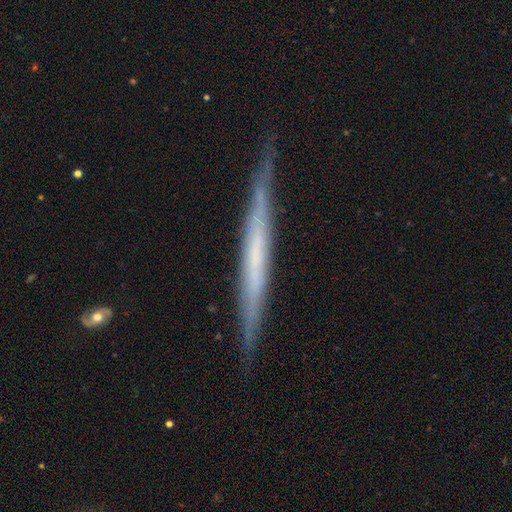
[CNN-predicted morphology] smooth-or-featured: featured or disk: 66% | smooth: 28% | star or artifact: 6%
  disk-edge-on: yes: 96% | no: 4%
    edge-on-bulge: none: 82% | rounded: 9% | boxy: 9%
  merging: none: 86% | minor disturbance: 11% | major disturbance: 2% | merger: 1%